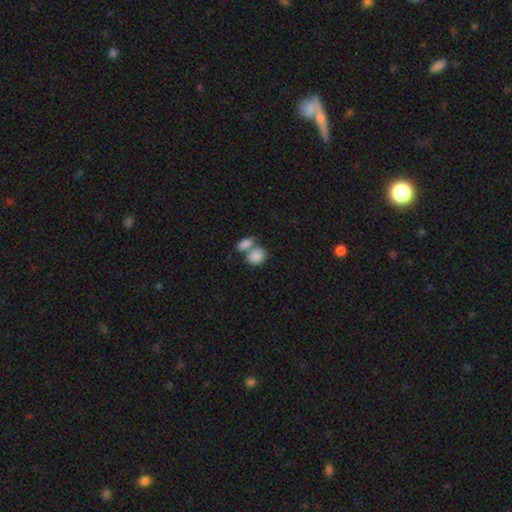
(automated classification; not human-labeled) Smooth or featured? smooth (85%)
How rounded? in between (57%)
Merging? merger (57%)